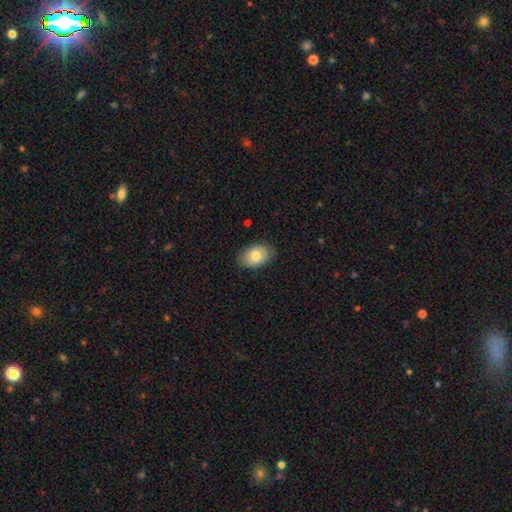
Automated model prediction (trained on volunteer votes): smooth-or-featured: smooth: 82% | featured or disk: 12% | star or artifact: 7%
  how-rounded: in between: 88% | round: 11% | cigar-shaped: 1%
  merging: none: 84% | minor disturbance: 13% | major disturbance: 3% | merger: 1%